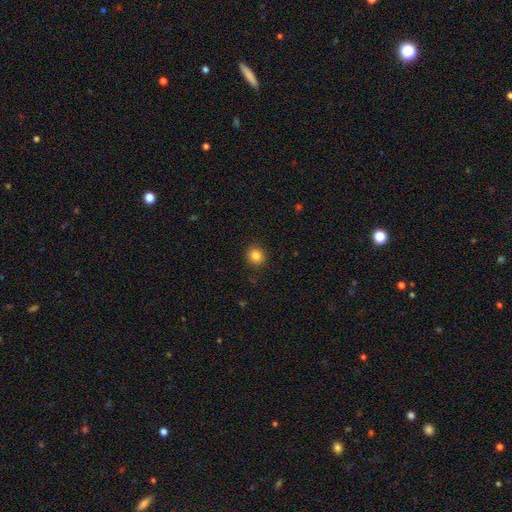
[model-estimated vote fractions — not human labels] Q: Smooth or featured?
A: smooth (85%); runner-up: star or artifact (11%)
Q: How rounded?
A: round (88%); runner-up: in between (11%)
Q: Merging?
A: none (91%); runner-up: minor disturbance (6%)